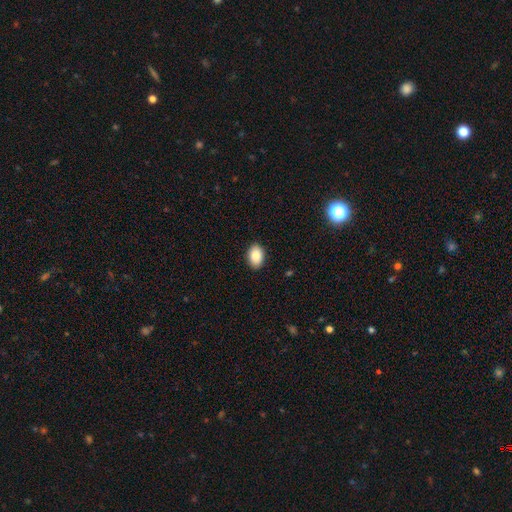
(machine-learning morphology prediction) smooth-or-featured: smooth: 86% | star or artifact: 8% | featured or disk: 7%
  how-rounded: in between: 84% | round: 15% | cigar-shaped: 1%
  merging: none: 90% | minor disturbance: 7% | major disturbance: 2% | merger: 1%